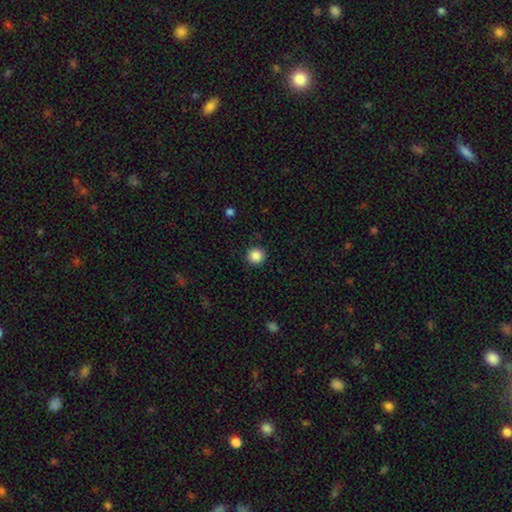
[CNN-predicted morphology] A smooth galaxy with no disk features (87%) that is round (95%). Merging: none (91%).